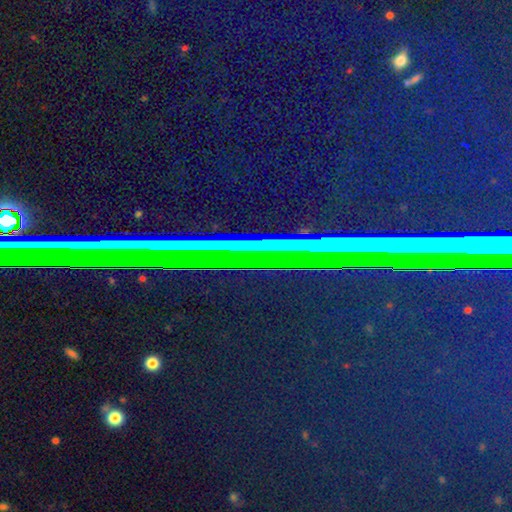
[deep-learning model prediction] Smooth or featured? Predicted: star or artifact (p=0.82).